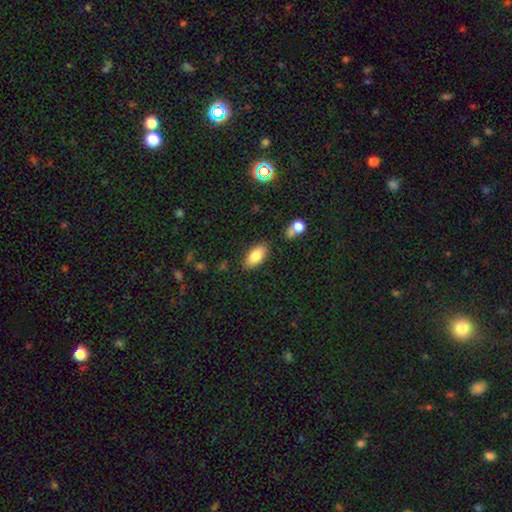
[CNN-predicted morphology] Overall: smooth (82%). How rounded: in between (91%). Merging: none (81%).